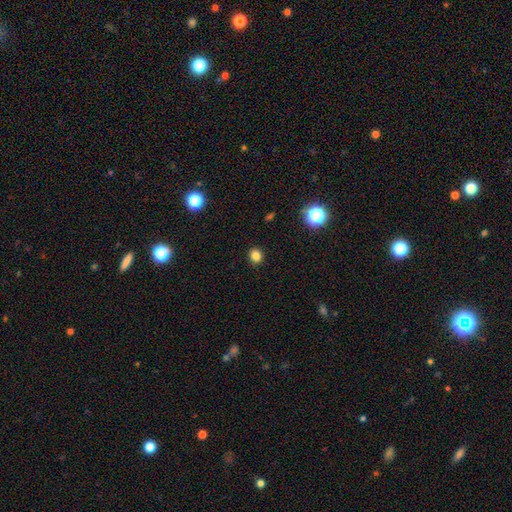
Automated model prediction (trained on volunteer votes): The model was most divided on "how rounded": round: 77%, in between: 22%, cigar-shaped: 1%. More confident: merging — none (91%); smooth or featured — smooth (82%).